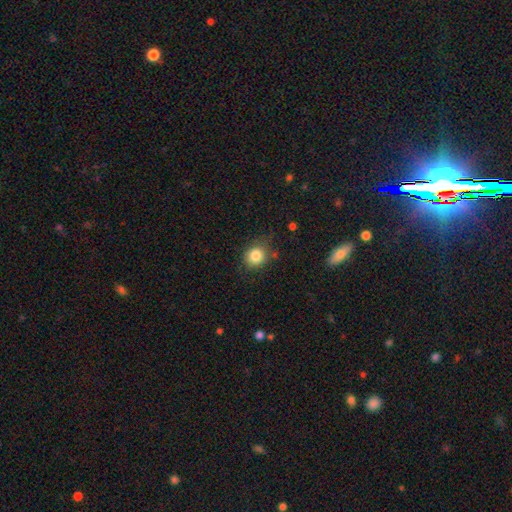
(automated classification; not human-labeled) The model was most divided on "merging": none: 76%, minor disturbance: 17%, major disturbance: 4%, merger: 2%. More confident: smooth or featured — smooth (83%); how rounded — round (79%).